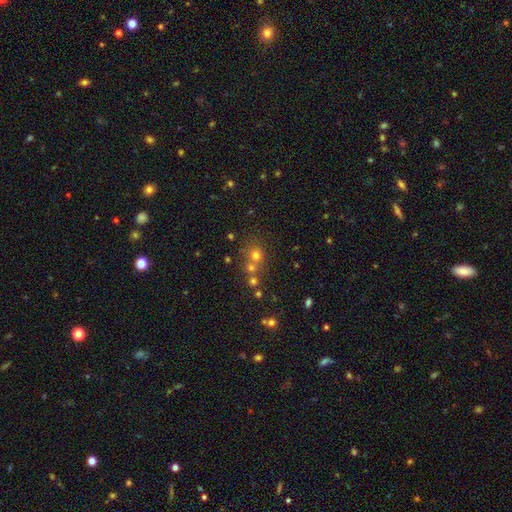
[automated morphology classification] A smooth galaxy with no disk features (60%) that is round (85%). Merging: none (54%).